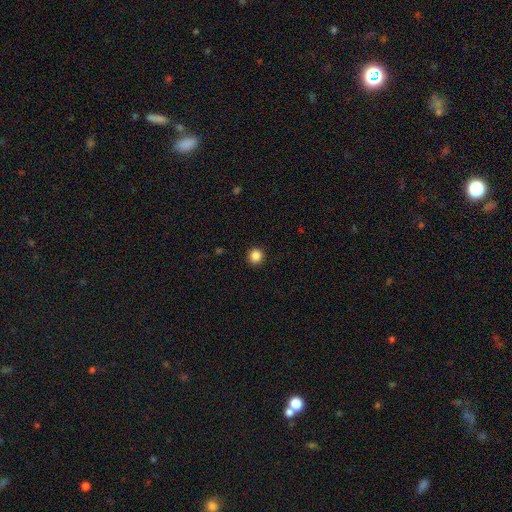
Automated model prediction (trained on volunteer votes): The model was most divided on "smooth or featured": smooth: 86%, star or artifact: 11%, featured or disk: 4%. More confident: how rounded — round (95%); merging — none (93%).